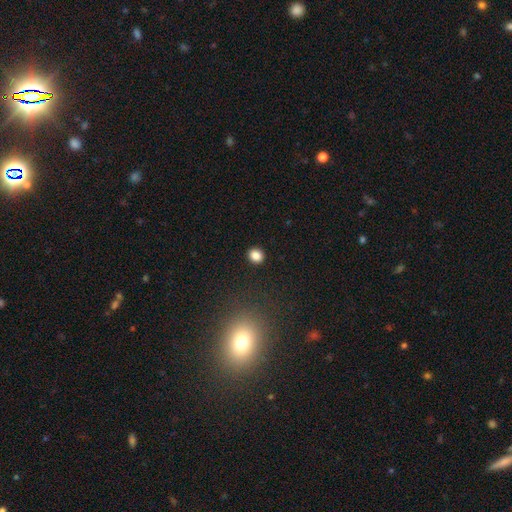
A smooth galaxy with no disk features (95%) that is round (70%).

Vote fractions:
- Smooth or featured? smooth: 95% / featured or disk: 3% / star or artifact: 3%
- How rounded? round: 70% / in between: 30% / cigar-shaped: 0%
- Merging? none: 92% / minor disturbance: 5% / major disturbance: 3% / merger: 0%